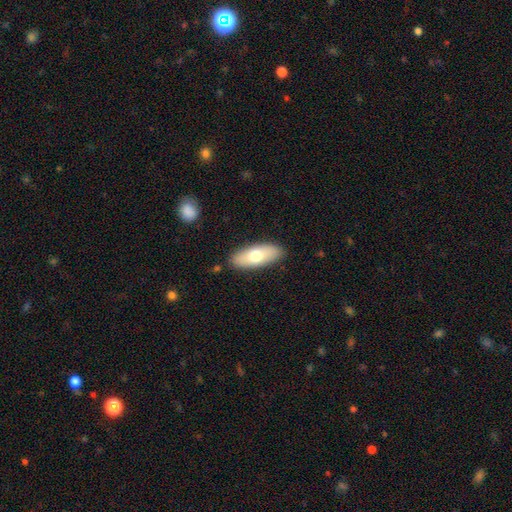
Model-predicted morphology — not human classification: smooth-or-featured: smooth: 68% | featured or disk: 26% | star or artifact: 6%
  how-rounded: in between: 77% | cigar-shaped: 20% | round: 3%
  merging: none: 87% | minor disturbance: 9% | major disturbance: 2% | merger: 2%